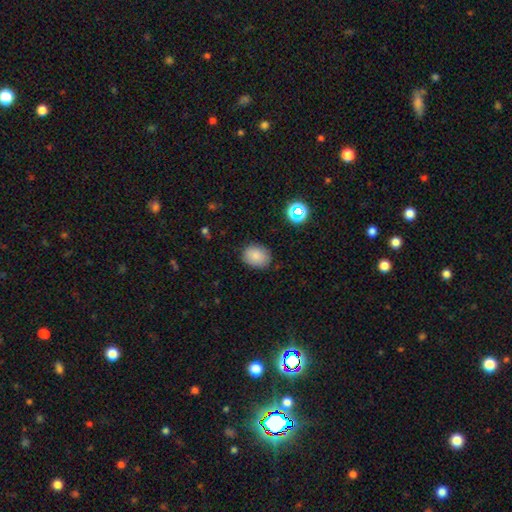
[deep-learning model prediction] The model was most divided on "how rounded": in between: 53%, round: 47%, cigar-shaped: 1%. More confident: smooth or featured — smooth (84%); merging — none (82%).